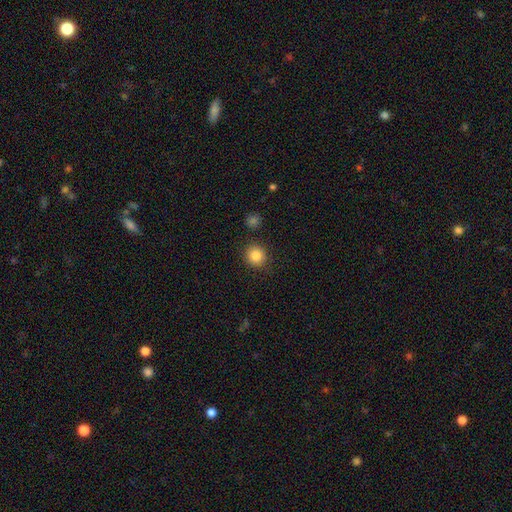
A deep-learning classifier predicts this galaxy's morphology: Smooth or featured: smooth — 85% (star or artifact — 10%)
How rounded: round — 91% (in between — 8%)
Merging: none — 88% (minor disturbance — 7%)